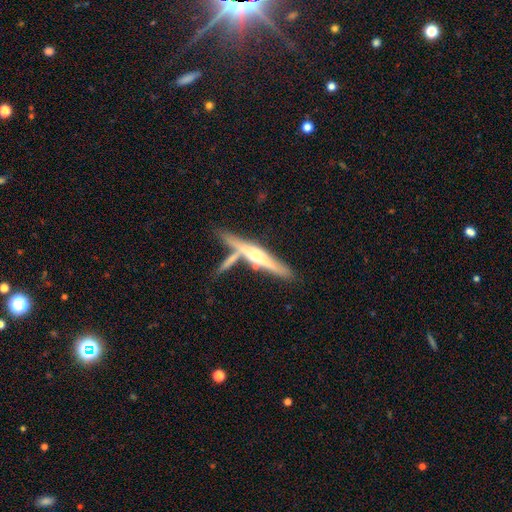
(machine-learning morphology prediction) The model was most divided on "merging": none: 62%, merger: 21%, minor disturbance: 13%, major disturbance: 4%. More confident: edge-on disk — yes (95%); edge-on bulge — rounded (88%); smooth or featured — featured or disk (72%).